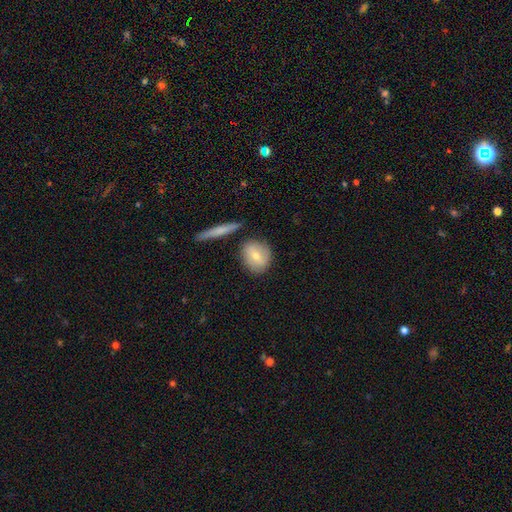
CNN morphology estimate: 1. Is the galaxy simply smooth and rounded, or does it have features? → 72% smooth, 22% featured or disk, 6% star or artifact.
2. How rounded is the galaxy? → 65% round, 32% in between, 3% cigar-shaped.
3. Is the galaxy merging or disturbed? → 76% none, 13% minor disturbance, 8% merger, 3% major disturbance.